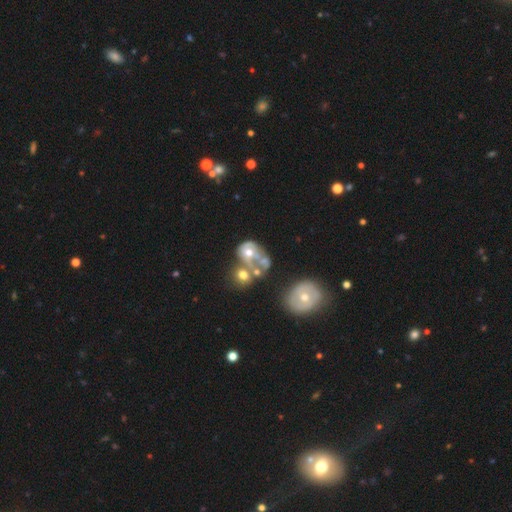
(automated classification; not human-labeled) A featured or disk galaxy (51%). Merging: merger (48%).